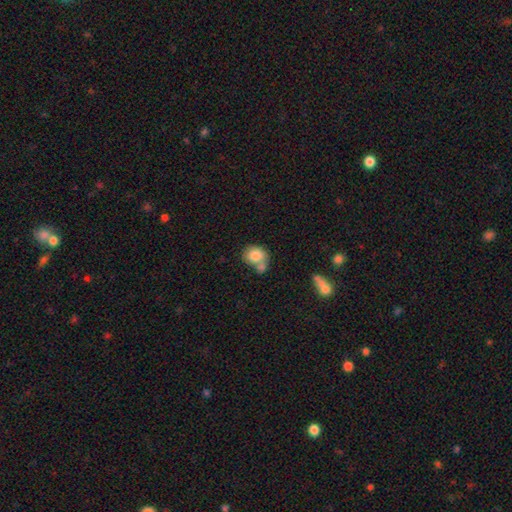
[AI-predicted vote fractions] A smooth galaxy with no disk features (81%) that is round (57%). Merging: merger (40%).